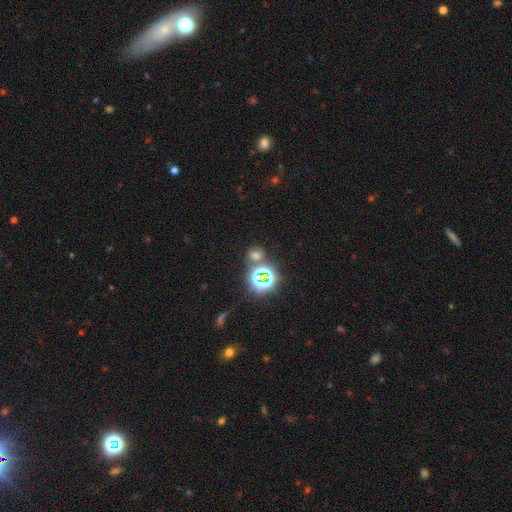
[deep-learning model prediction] star or artifact 51%, smooth 39%, featured or disk 10%.